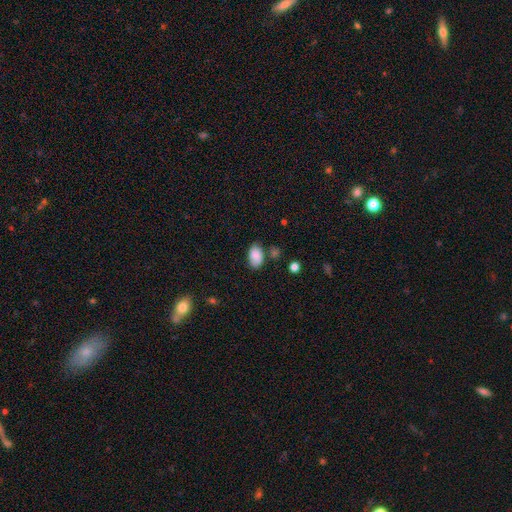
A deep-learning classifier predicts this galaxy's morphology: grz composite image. It shows a smooth galaxy with no disk features (85%) that is in between round and cigar-shaped (91%). Merging: none (64%).